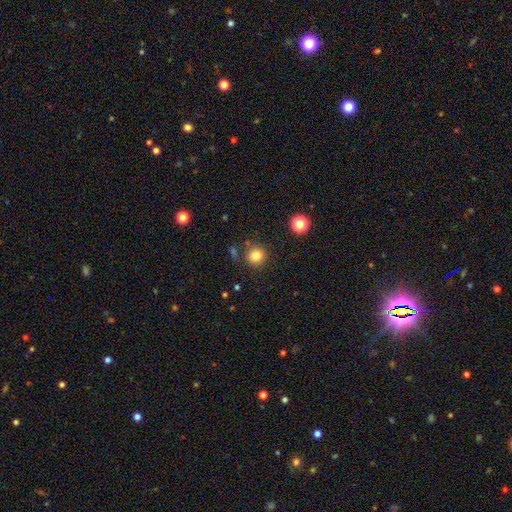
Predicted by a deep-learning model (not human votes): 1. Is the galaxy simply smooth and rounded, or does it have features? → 82% smooth, 12% star or artifact, 6% featured or disk.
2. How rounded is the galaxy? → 93% round, 6% in between, 1% cigar-shaped.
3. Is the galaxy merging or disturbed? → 84% none, 9% minor disturbance, 5% merger, 3% major disturbance.